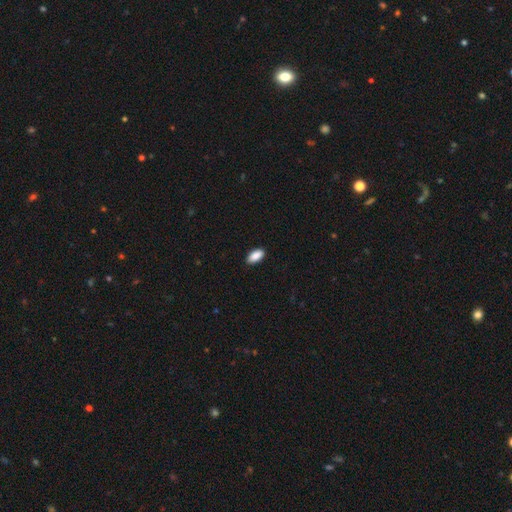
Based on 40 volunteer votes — This is clearly a smooth galaxy (95%). How rounded: clearly in between (97%). Merging: clearly none (95%).